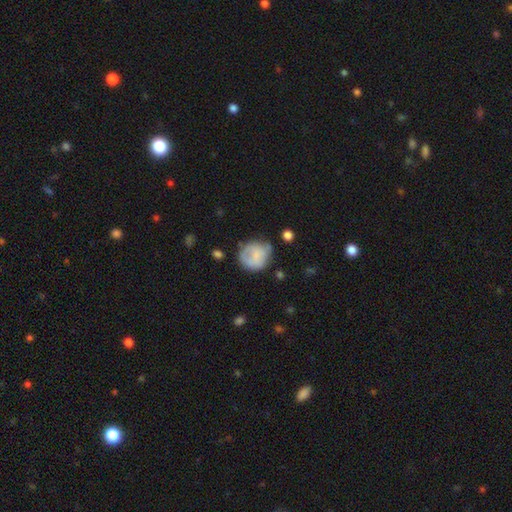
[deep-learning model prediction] smooth 66%, featured or disk 26%, star or artifact 8%. Down the decision tree: how rounded — round (79%); merging — none (53%).